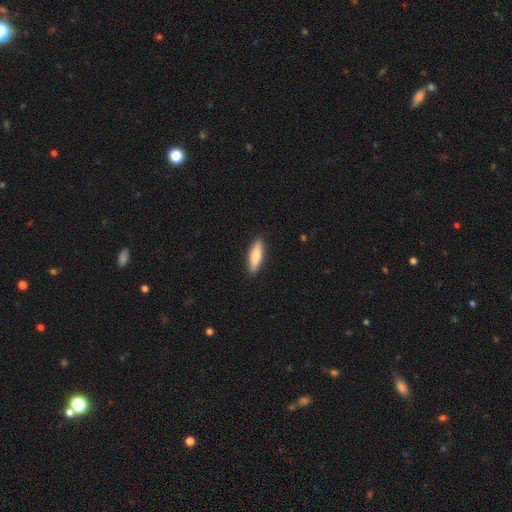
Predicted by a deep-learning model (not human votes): Q: Smooth or featured?
A: smooth (80%); runner-up: featured or disk (15%)
Q: How rounded?
A: cigar-shaped (50%); runner-up: in between (48%)
Q: Merging?
A: none (91%); runner-up: minor disturbance (7%)